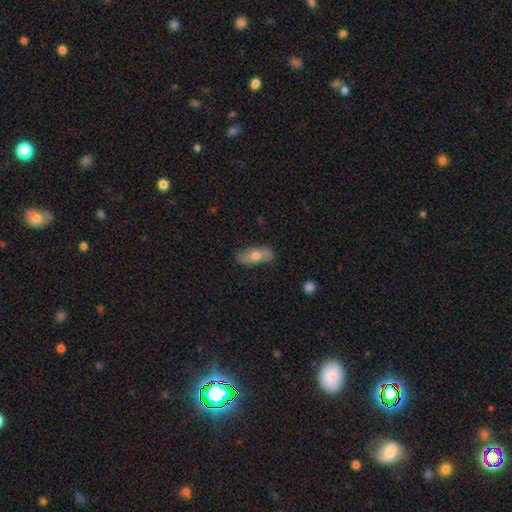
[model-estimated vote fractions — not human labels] Smooth or featured? smooth (59%)
How rounded? in between (72%)
Merging? none (78%)